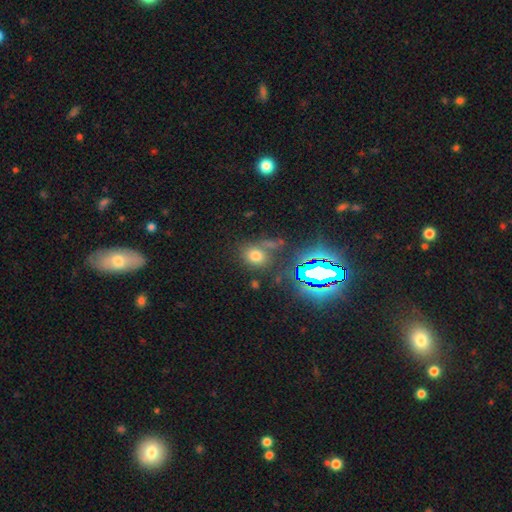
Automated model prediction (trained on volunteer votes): A smooth galaxy with no disk features (63%) that is round (61%).

Vote fractions:
- Smooth or featured? smooth: 63% / star or artifact: 28% / featured or disk: 9%
- How rounded? round: 61% / in between: 37% / cigar-shaped: 2%
- Merging? none: 66% / minor disturbance: 14% / merger: 13% / major disturbance: 7%